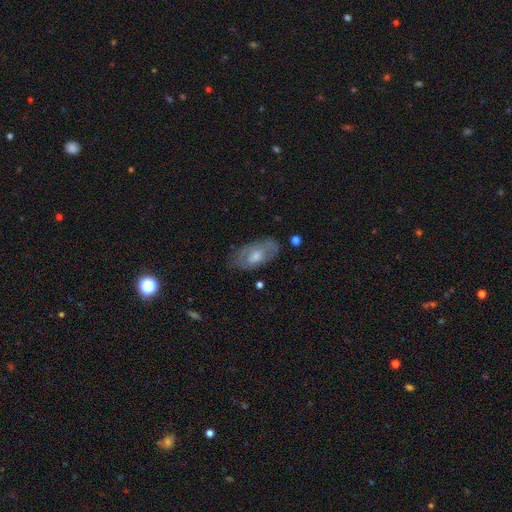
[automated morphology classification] Smooth or featured? Predicted: featured or disk (p=0.52). Edge-on disk? Predicted: no (p=0.87). Merging? Predicted: none (p=0.74).